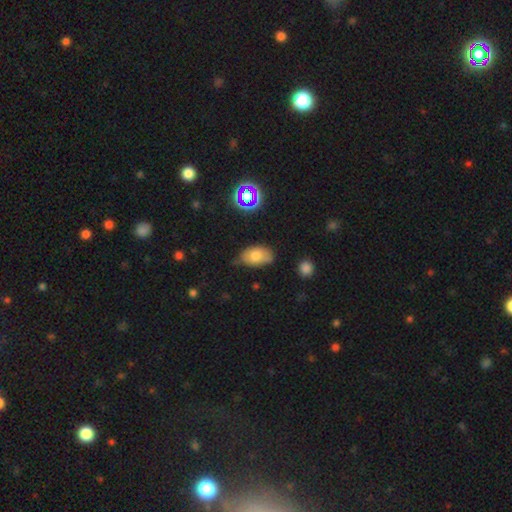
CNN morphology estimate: smooth_or_featured: smooth (p=0.72) [alt: featured or disk p=0.17]
how_rounded: in between (p=0.90) [alt: round p=0.08]
merging: none (p=0.59) [alt: minor disturbance p=0.31]